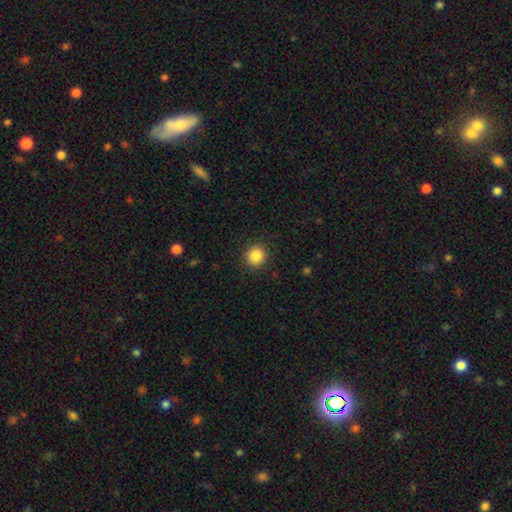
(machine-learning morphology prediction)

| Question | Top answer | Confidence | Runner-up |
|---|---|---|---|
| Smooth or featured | smooth | 86% | star or artifact (10%) |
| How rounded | round | 90% | in between (9%) |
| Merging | none | 91% | minor disturbance (6%) |